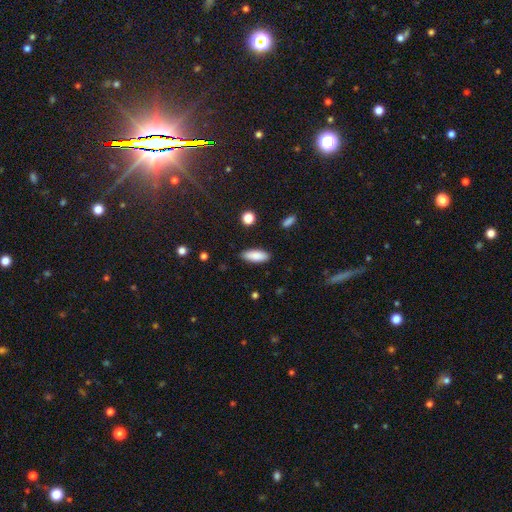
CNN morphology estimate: Overall: smooth (87%). How rounded: in between (74%). Merging: none (86%).